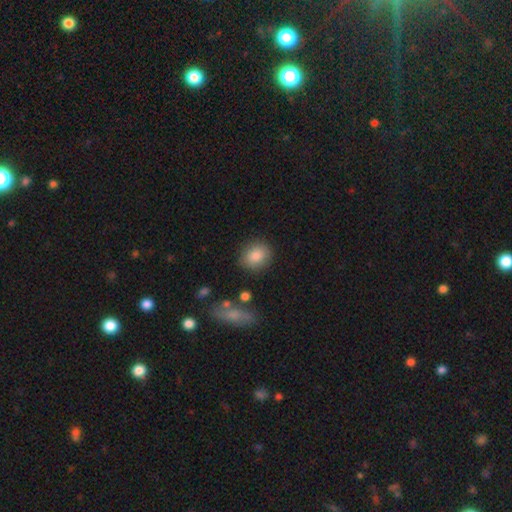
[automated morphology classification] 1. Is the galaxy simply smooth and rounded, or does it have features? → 84% smooth, 8% star or artifact, 8% featured or disk.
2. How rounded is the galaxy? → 62% round, 36% in between, 1% cigar-shaped.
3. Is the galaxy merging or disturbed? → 85% none, 10% minor disturbance, 3% major disturbance, 3% merger.